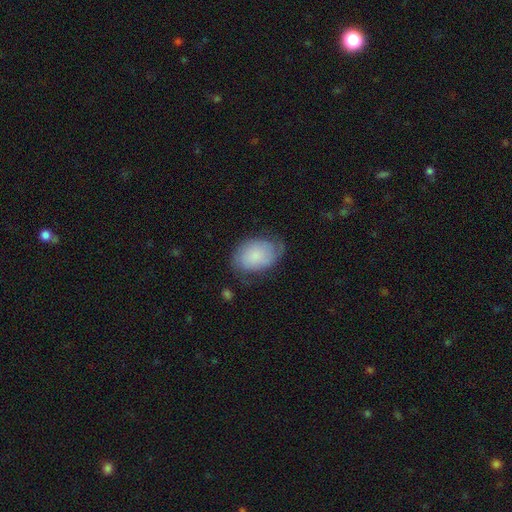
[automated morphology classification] A smooth galaxy with no disk features (67%) that is in between round and cigar-shaped (82%). Merging: none (55%).